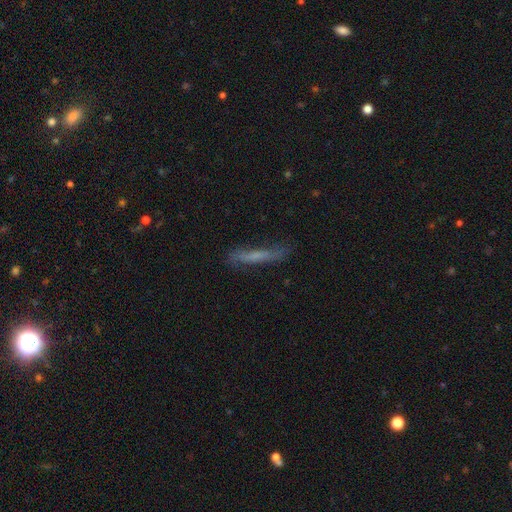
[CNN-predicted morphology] Smooth or featured: smooth — 49% (featured or disk — 41%)
Merging: none — 68% (minor disturbance — 22%)